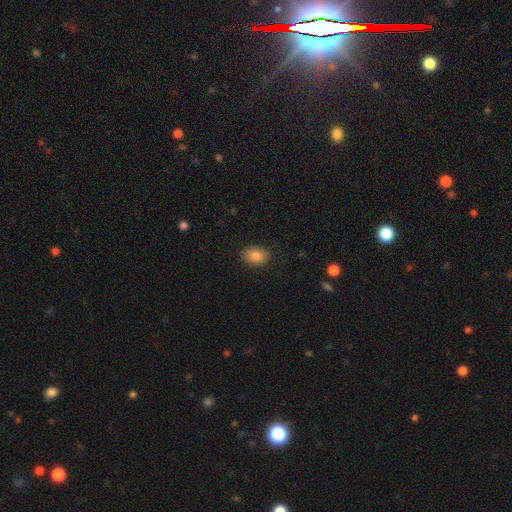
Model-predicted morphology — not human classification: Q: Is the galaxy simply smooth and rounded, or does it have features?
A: smooth — 86%.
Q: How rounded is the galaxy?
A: in between — 70%.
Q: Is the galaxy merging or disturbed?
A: none — 86%.